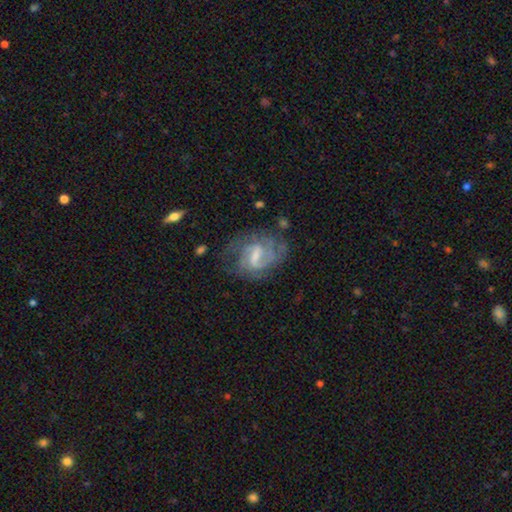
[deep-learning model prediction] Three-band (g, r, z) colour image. It shows a featured or disk galaxy (79%) with a weak bar (54%), 2 (50%) medium (45%) spiral arms (89%) and a small central bulge (39%). Merging: none (56%).